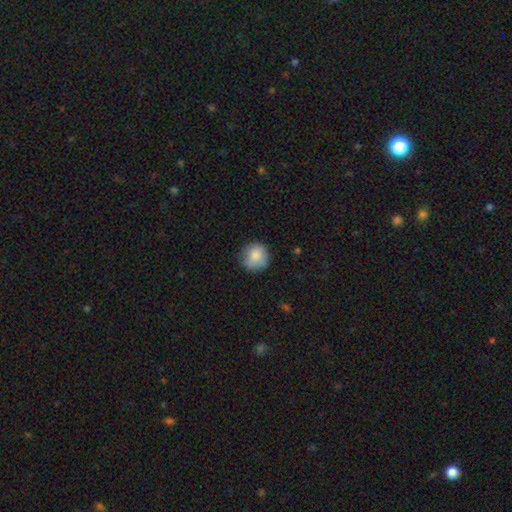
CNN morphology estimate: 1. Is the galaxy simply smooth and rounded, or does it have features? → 82% smooth, 10% featured or disk, 8% star or artifact.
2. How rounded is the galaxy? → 90% round, 9% in between, 1% cigar-shaped.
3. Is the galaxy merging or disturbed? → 76% none, 19% minor disturbance, 4% major disturbance, 1% merger.